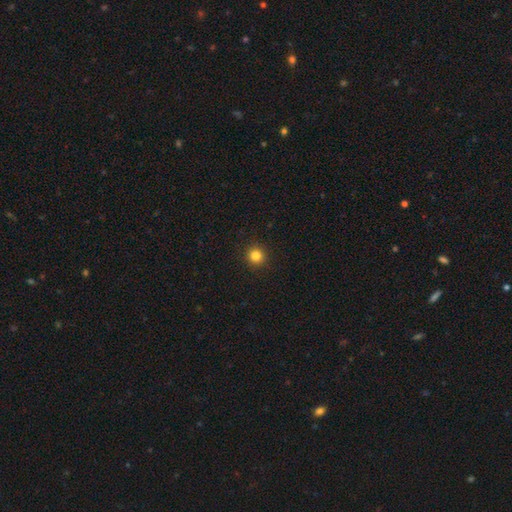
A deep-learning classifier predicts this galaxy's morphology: This is clearly a smooth galaxy (83%). How rounded: clearly round (95%). Merging: clearly none (93%).